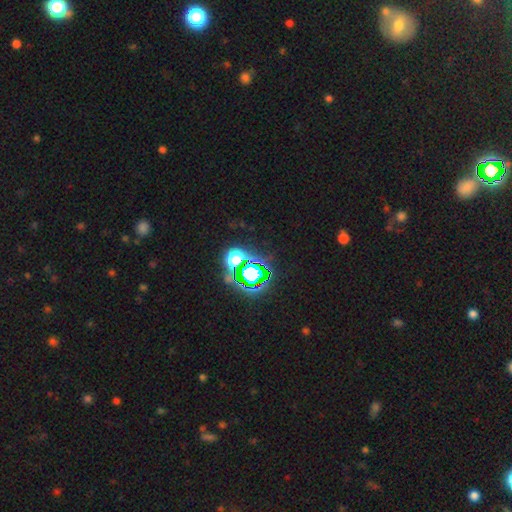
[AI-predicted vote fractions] Overall: star or artifact (77%).